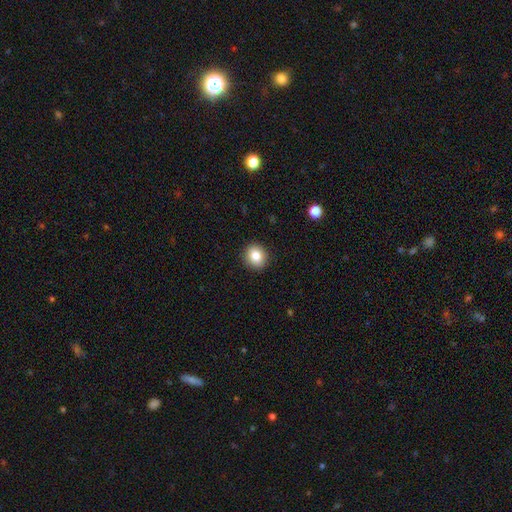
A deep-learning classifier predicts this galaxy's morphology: Overall: smooth (83%). How rounded: round (83%). Merging: none (91%).